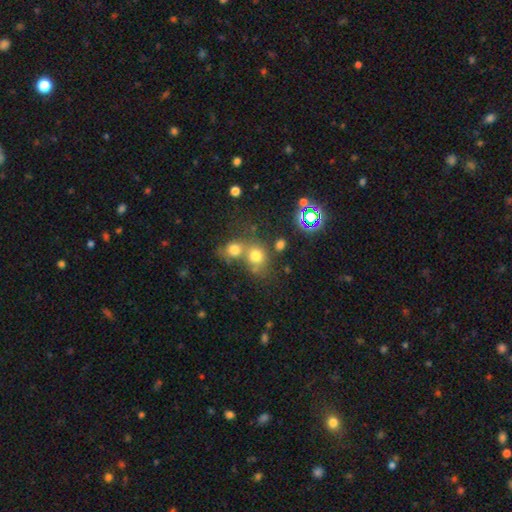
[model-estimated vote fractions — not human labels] smooth-or-featured: smooth: 70% | star or artifact: 18% | featured or disk: 12%
  how-rounded: round: 74% | in between: 25% | cigar-shaped: 1%
  merging: merger: 45% | none: 41% | minor disturbance: 9% | major disturbance: 5%